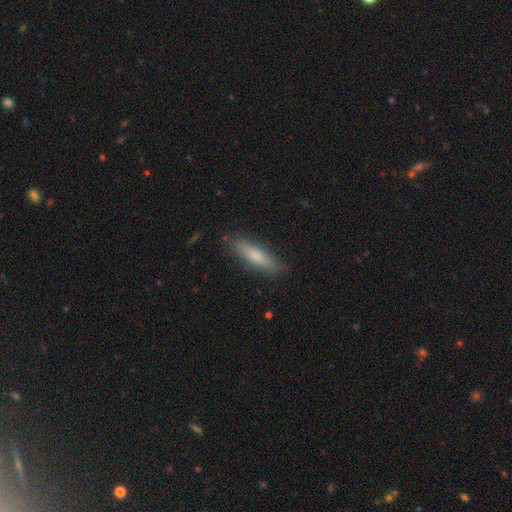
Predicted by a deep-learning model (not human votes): Overall: smooth (75%). How rounded: cigar-shaped (73%). Merging: none (86%).